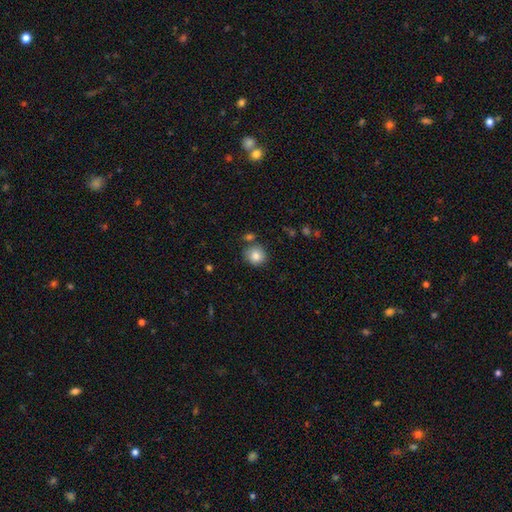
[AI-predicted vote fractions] A smooth galaxy with no disk features (85%) that is round (87%). Merging: none (75%).